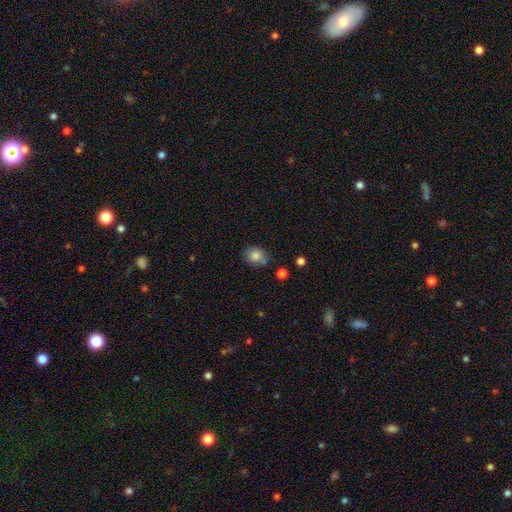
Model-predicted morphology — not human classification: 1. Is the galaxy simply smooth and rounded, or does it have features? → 83% smooth, 9% star or artifact, 8% featured or disk.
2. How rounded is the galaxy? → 60% round, 39% in between, 1% cigar-shaped.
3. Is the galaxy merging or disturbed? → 71% none, 19% minor disturbance, 6% merger, 4% major disturbance.